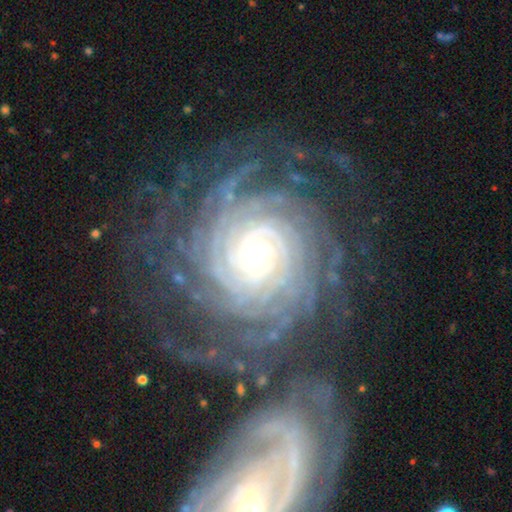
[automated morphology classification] Smooth or featured: featured or disk — 91% (star or artifact — 5%)
Edge-on disk: no — 98% (yes — 2%)
Bar: no — 75% (weak — 16%)
Spiral arms: yes — 98% (no — 2%)
Spiral winding: tight — 86% (medium — 11%)
Spiral arm count: more than 4 — 38% (can't tell — 17%)
Bulge size: small — 66% (moderate — 28%)
Merging: none — 77% (minor disturbance — 12%)